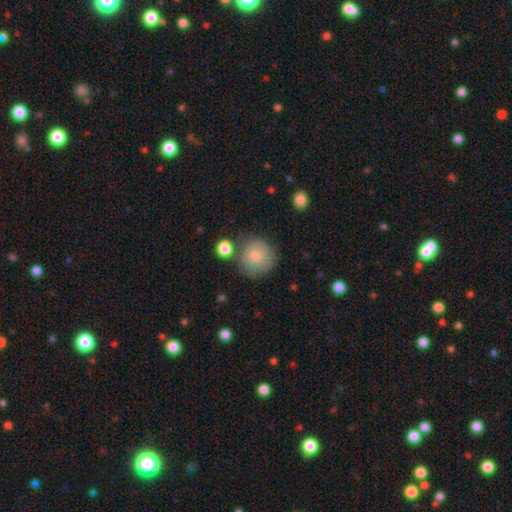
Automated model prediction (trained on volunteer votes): The model was most divided on "merging": none: 69%, minor disturbance: 16%, merger: 10%, major disturbance: 5%. More confident: how rounded — round (92%); smooth or featured — smooth (80%).